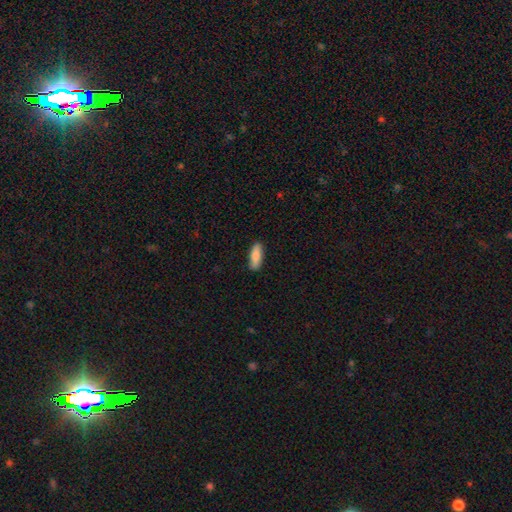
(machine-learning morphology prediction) smooth-or-featured: smooth: 85% | featured or disk: 9% | star or artifact: 6%
  how-rounded: in between: 61% | cigar-shaped: 37% | round: 2%
  merging: none: 88% | minor disturbance: 9% | major disturbance: 2% | merger: 1%